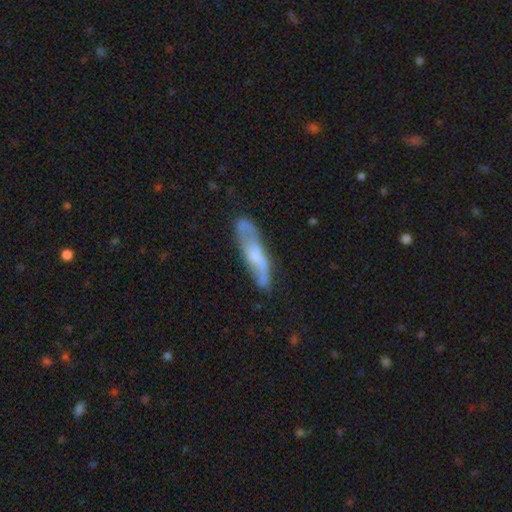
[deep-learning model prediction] Morphology: type=featured or disk (60%); edge-on=no (65%); merging=none (68%).